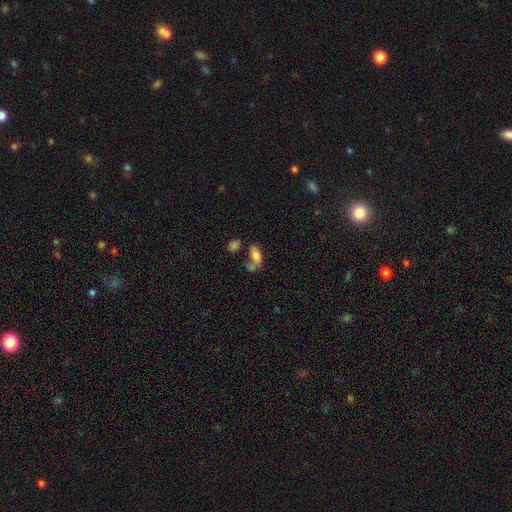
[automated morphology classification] The model was most divided on "merging": merger: 42%, none: 26%, major disturbance: 18%, minor disturbance: 13%. More confident: how rounded — in between (88%); smooth or featured — smooth (68%).